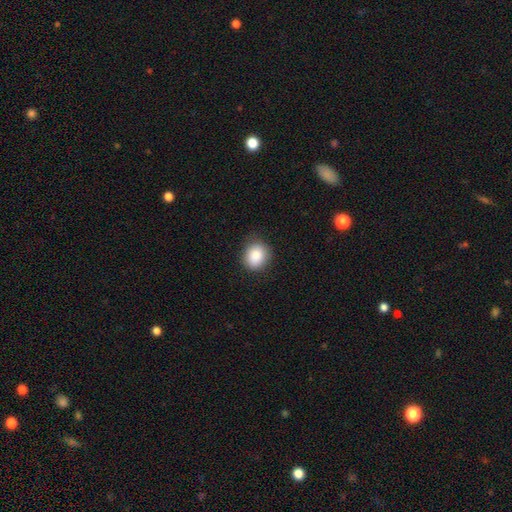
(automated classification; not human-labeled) Overall: smooth (86%). How rounded: round (75%). Merging: none (82%).